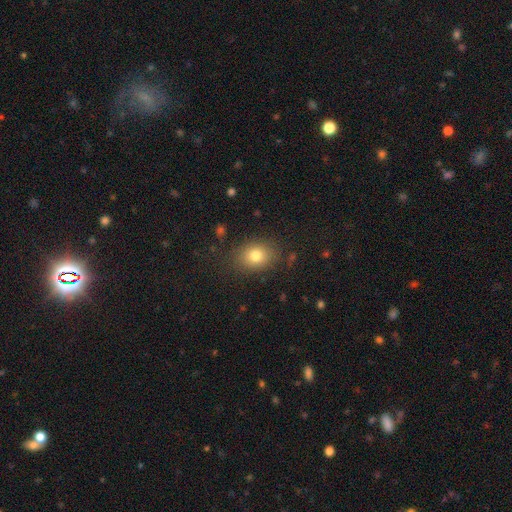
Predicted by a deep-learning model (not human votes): Morphology: type=smooth (79%); roundness=in between (55%); merging=none (84%).